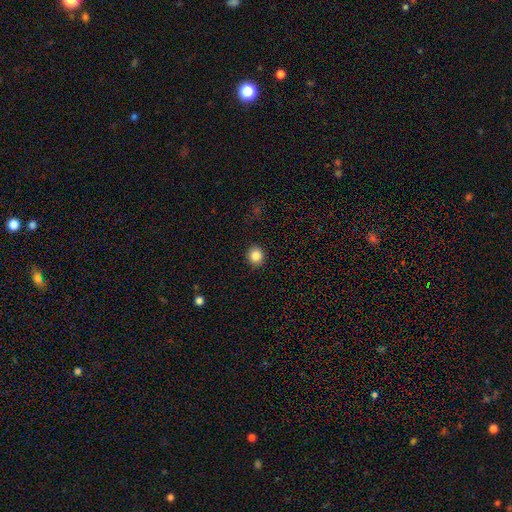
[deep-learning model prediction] Overall: smooth (85%). How rounded: round (88%). Merging: none (92%).